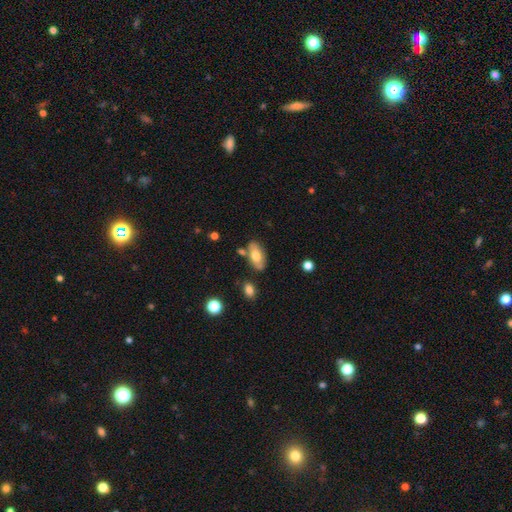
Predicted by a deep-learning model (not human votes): Smooth or featured? Predicted: smooth (p=0.67). How rounded? Predicted: in between (p=0.90). Merging? Predicted: none (p=0.71).